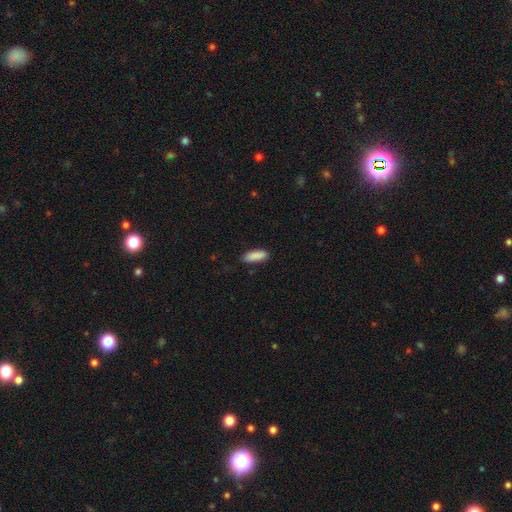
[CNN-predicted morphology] smooth 90%, star or artifact 6%, featured or disk 4%. Down the decision tree: how rounded — in between (66%); merging — none (83%).